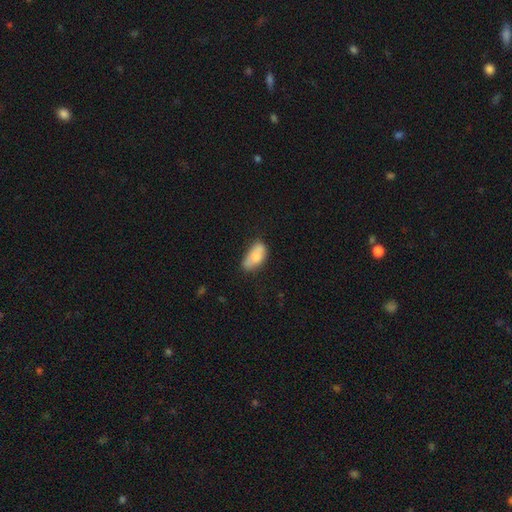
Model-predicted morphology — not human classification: A smooth galaxy with no disk features (74%) that is in between round and cigar-shaped (90%). Merging: none (53%).